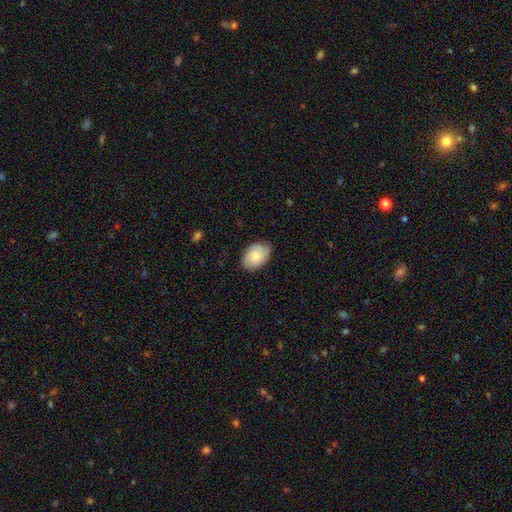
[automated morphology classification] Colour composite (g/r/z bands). It shows a smooth galaxy with no disk features (69%) that is in between round and cigar-shaped (83%). Merging: none (78%).